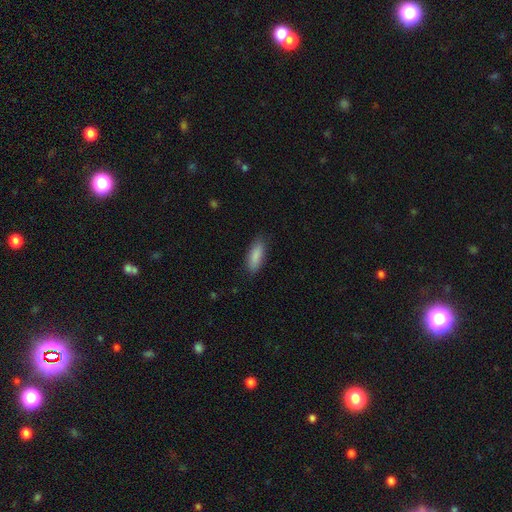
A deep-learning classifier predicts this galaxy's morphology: smooth-or-featured: smooth: 88% | featured or disk: 6% | star or artifact: 6%
  how-rounded: in between: 63% | cigar-shaped: 35% | round: 2%
  merging: none: 85% | minor disturbance: 12% | major disturbance: 3% | merger: 1%